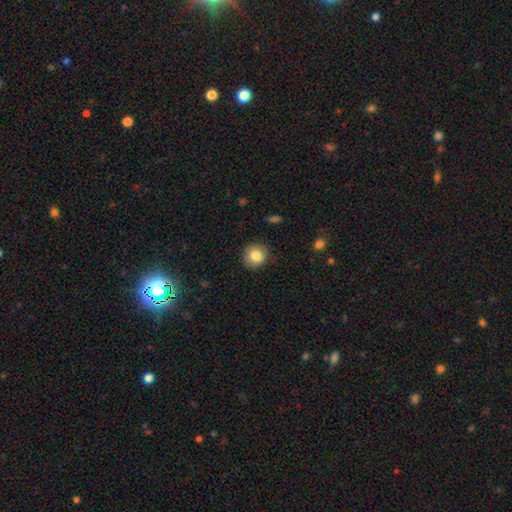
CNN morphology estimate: This is clearly a smooth galaxy (83%). How rounded: clearly round (89%). Merging: clearly none (88%).